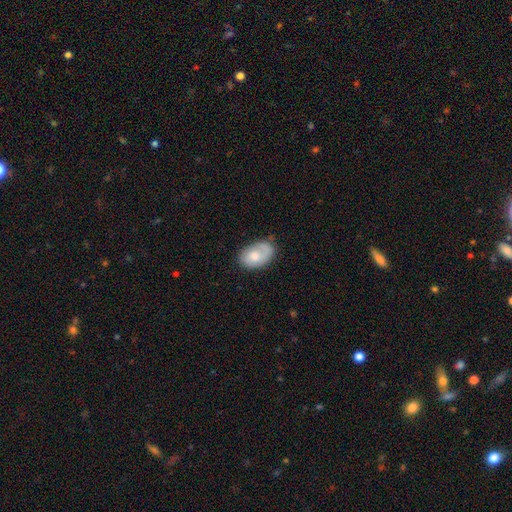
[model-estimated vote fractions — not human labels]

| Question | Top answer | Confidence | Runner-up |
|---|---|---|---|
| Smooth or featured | smooth | 65% | featured or disk (28%) |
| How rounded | in between | 88% | round (10%) |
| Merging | none | 60% | minor disturbance (27%) |